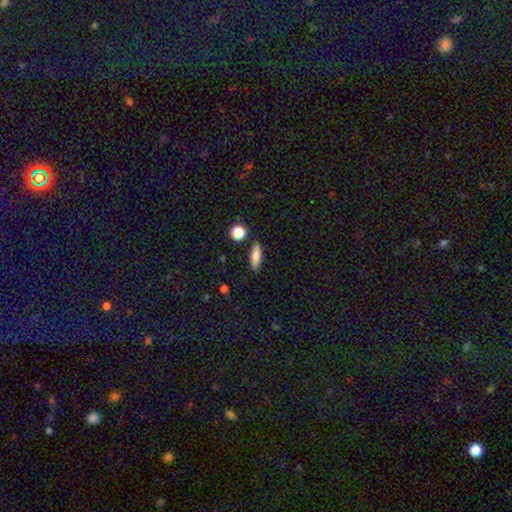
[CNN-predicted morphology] smooth-or-featured: smooth: 81% | featured or disk: 11% | star or artifact: 8%
  how-rounded: in between: 51% | cigar-shaped: 43% | round: 6%
  merging: none: 84% | minor disturbance: 10% | merger: 3% | major disturbance: 2%